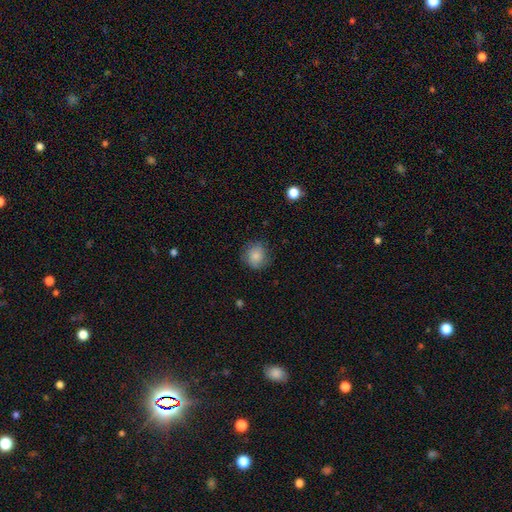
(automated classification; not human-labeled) The model was most divided on "merging": none: 79%, minor disturbance: 15%, major disturbance: 4%, merger: 1%. More confident: how rounded — round (85%); smooth or featured — smooth (82%).